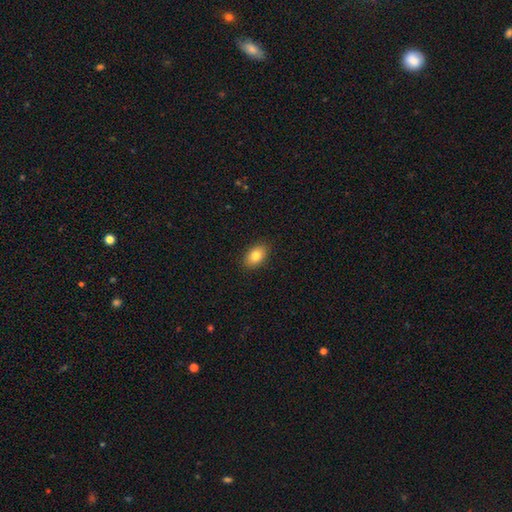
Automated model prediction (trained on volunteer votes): Q: Smooth or featured?
A: smooth (80%); runner-up: featured or disk (11%)
Q: How rounded?
A: in between (86%); runner-up: round (13%)
Q: Merging?
A: none (89%); runner-up: minor disturbance (8%)